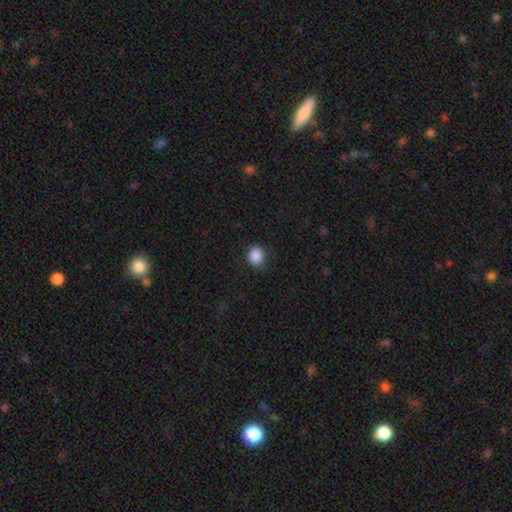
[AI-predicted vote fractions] Smooth or featured: smooth — 88% (star or artifact — 9%)
How rounded: round — 78% (in between — 21%)
Merging: none — 85% (minor disturbance — 11%)